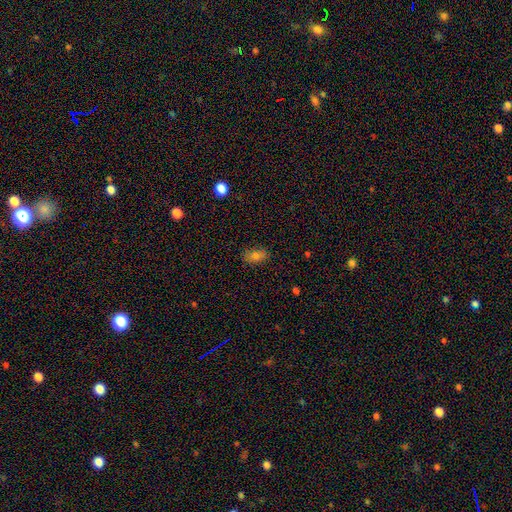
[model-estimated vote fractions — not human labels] Morphology: type=smooth (75%); roundness=in between (86%); merging=none (83%).